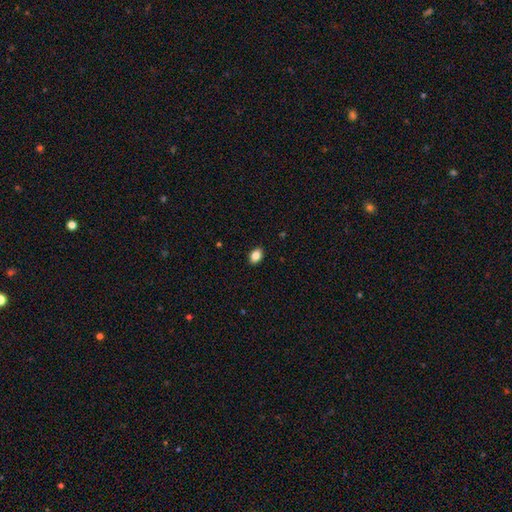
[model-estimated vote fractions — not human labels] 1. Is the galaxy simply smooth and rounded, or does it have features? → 86% smooth, 9% star or artifact, 5% featured or disk.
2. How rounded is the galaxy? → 83% in between, 16% round, 1% cigar-shaped.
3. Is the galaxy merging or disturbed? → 89% none, 8% minor disturbance, 2% major disturbance, 1% merger.